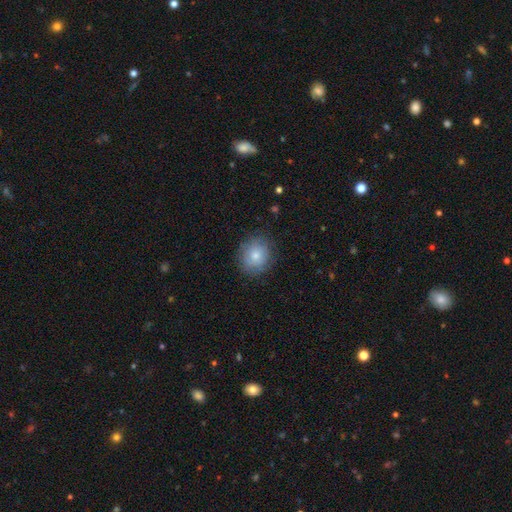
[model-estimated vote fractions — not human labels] A smooth galaxy with no disk features (79%) that is round (72%). Merging: none (82%).